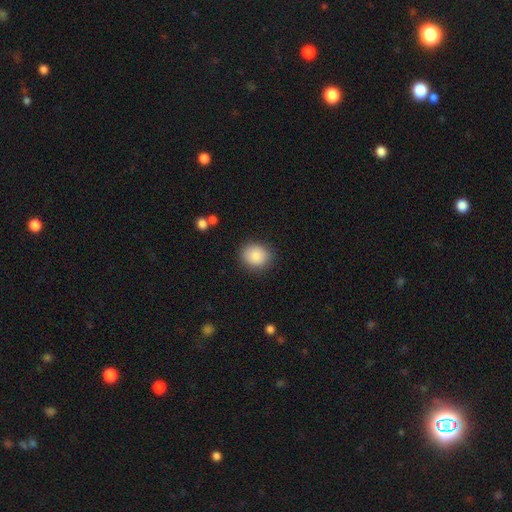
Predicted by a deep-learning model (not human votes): Overall: smooth (88%). How rounded: round (67%; in between 32%). Merging: none (85%).